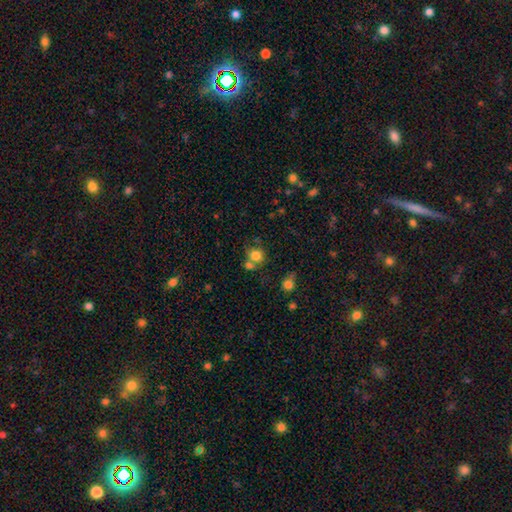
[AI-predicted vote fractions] This appears to be a smooth galaxy with no disk features (80%) that is round (79%). Merging: none (55%).